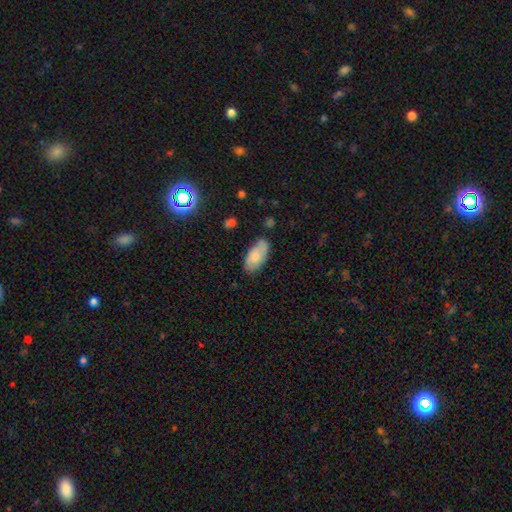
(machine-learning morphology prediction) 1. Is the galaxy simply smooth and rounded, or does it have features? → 73% smooth, 20% featured or disk, 6% star or artifact.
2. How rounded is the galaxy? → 93% in between, 5% cigar-shaped, 2% round.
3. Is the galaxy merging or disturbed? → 67% none, 24% minor disturbance, 5% major disturbance, 4% merger.